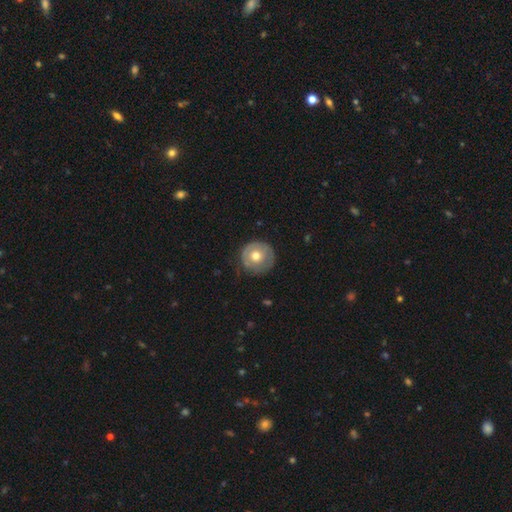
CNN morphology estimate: Q: Smooth or featured?
A: smooth (56%); runner-up: featured or disk (38%)
Q: How rounded?
A: round (93%); runner-up: in between (6%)
Q: Merging?
A: none (76%); runner-up: minor disturbance (17%)